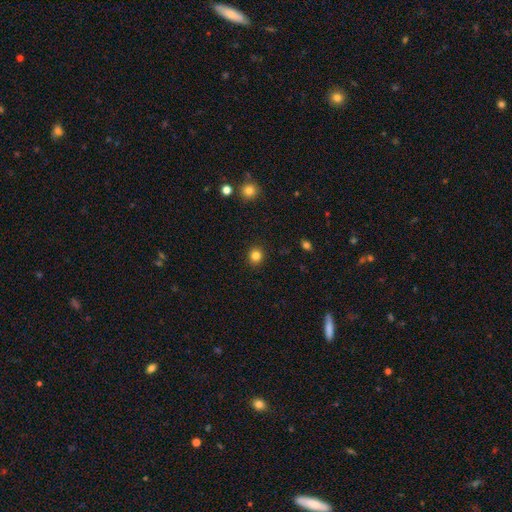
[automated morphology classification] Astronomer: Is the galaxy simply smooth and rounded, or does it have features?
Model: smooth — 83%.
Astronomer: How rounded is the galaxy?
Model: round — 89%.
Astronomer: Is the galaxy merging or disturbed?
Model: none — 91%.